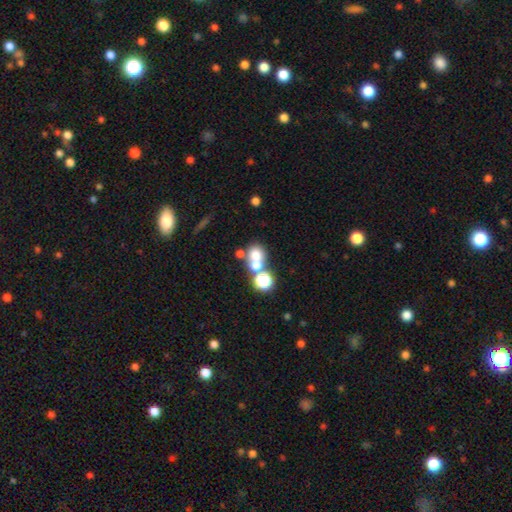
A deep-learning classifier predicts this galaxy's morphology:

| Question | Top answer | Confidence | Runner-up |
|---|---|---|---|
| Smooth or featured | smooth | 65% | star or artifact (19%) |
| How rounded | round | 76% | in between (23%) |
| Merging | merger | 48% | none (40%) |